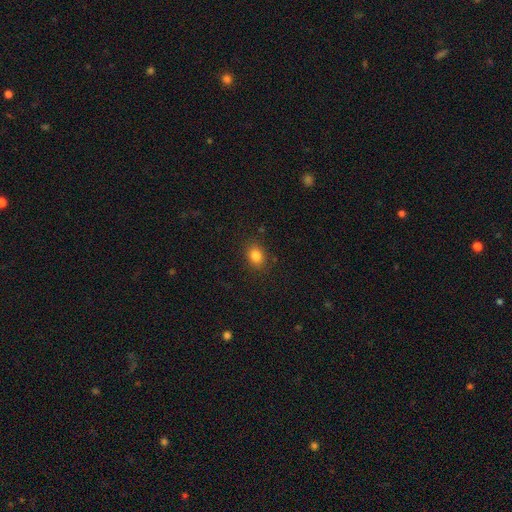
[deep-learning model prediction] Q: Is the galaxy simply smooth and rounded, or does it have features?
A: smooth — 83%.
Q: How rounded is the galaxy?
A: in between — 55%.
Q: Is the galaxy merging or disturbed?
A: none — 86%.